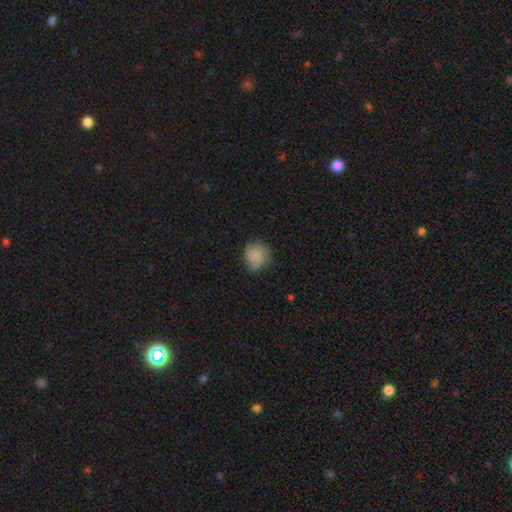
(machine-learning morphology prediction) smooth 70%, featured or disk 21%, star or artifact 8%. Down the decision tree: how rounded — round (81%); merging — none (68%).